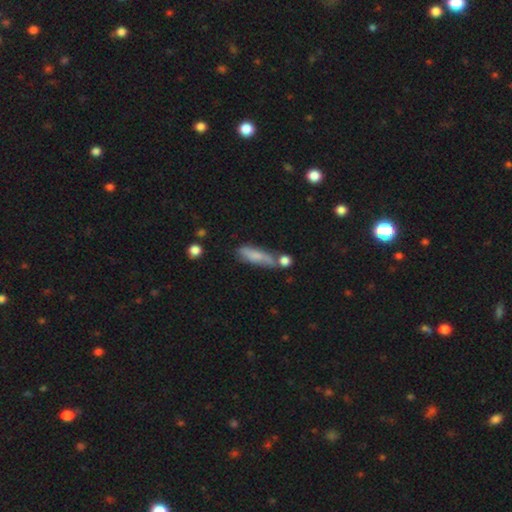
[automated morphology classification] A smooth galaxy with no disk features (68%) that is cigar-shaped (61%). Merging: none (55%).